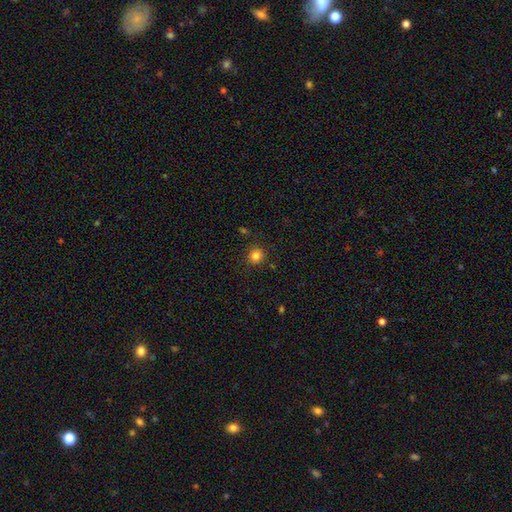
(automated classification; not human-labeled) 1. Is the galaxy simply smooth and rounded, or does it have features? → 83% smooth, 12% star or artifact, 5% featured or disk.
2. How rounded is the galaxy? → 87% round, 12% in between, 1% cigar-shaped.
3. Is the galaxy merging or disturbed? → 87% none, 9% minor disturbance, 3% major disturbance, 2% merger.